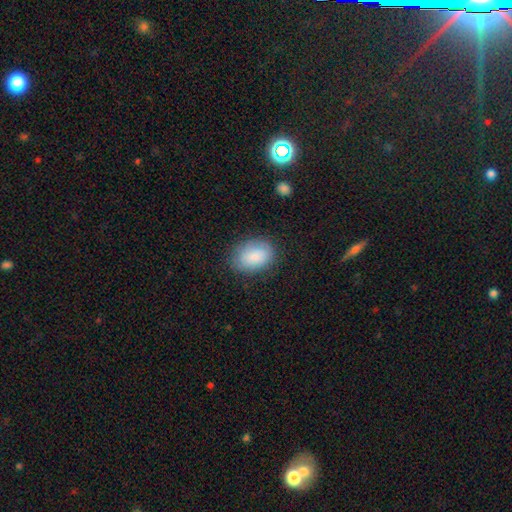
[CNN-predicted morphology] smooth 86%, featured or disk 8%, star or artifact 7%. Down the decision tree: how rounded — in between (77%); merging — none (80%).